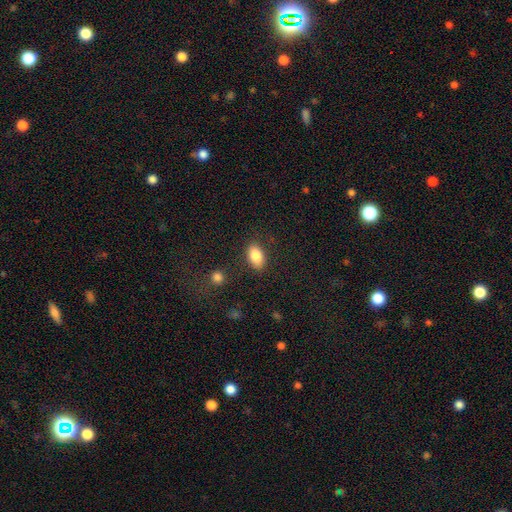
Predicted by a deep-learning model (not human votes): Smooth or featured: smooth — 84% (star or artifact — 8%)
How rounded: in between — 91% (round — 7%)
Merging: none — 85% (minor disturbance — 10%)